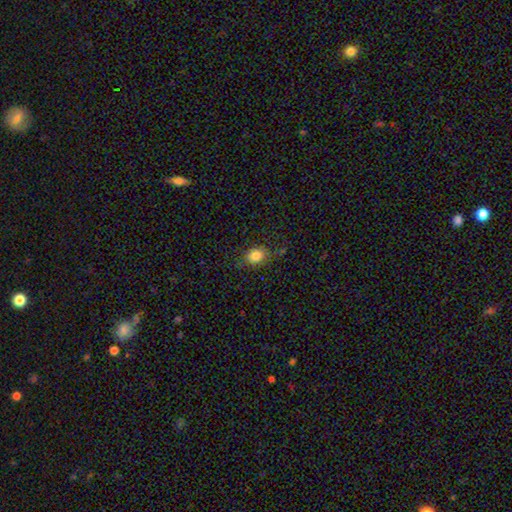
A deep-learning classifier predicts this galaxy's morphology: A smooth galaxy with no disk features (82%) that is round (49%, tied with in between).

Vote fractions:
- Smooth or featured? smooth: 82% / star or artifact: 11% / featured or disk: 7%
- How rounded? round: 49% (tied) / in between: 49% (tied) / cigar-shaped: 1%
- Merging? none: 77% / minor disturbance: 17% / major disturbance: 5% / merger: 2%